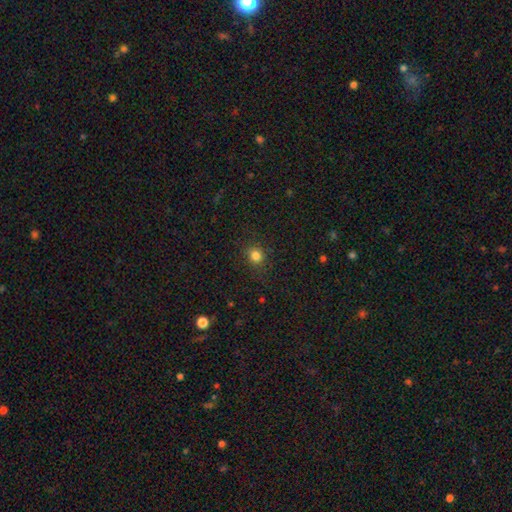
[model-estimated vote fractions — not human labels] A smooth galaxy with no disk features (82%) that is round (85%). Merging: none (86%).